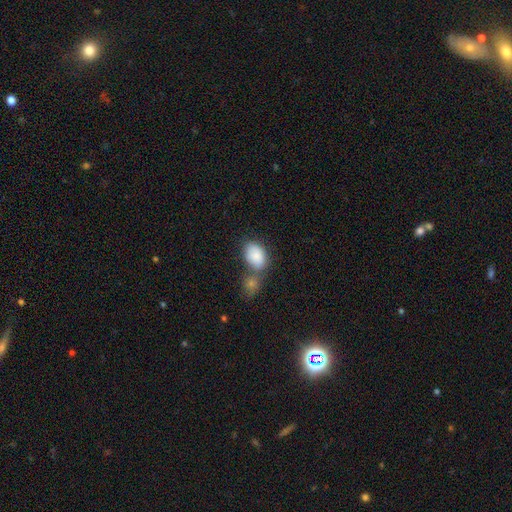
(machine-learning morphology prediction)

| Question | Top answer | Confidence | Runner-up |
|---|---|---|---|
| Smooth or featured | smooth | 86% | featured or disk (7%) |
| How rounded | in between | 85% | round (14%) |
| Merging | merger | 40% | tied: none (40%) |